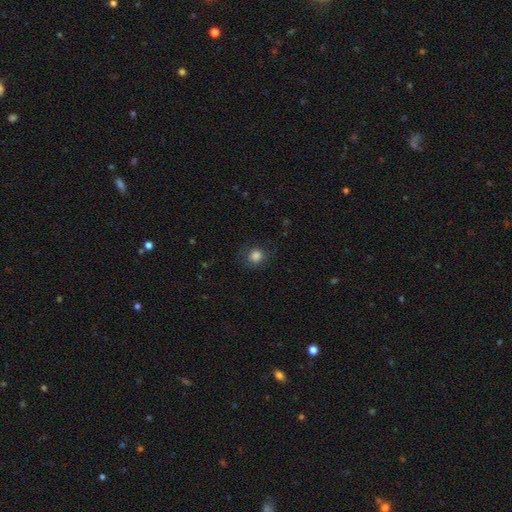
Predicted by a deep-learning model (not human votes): The model was most divided on "how rounded": round: 79%, in between: 20%, cigar-shaped: 1%. More confident: smooth or featured — smooth (84%); merging — none (78%).